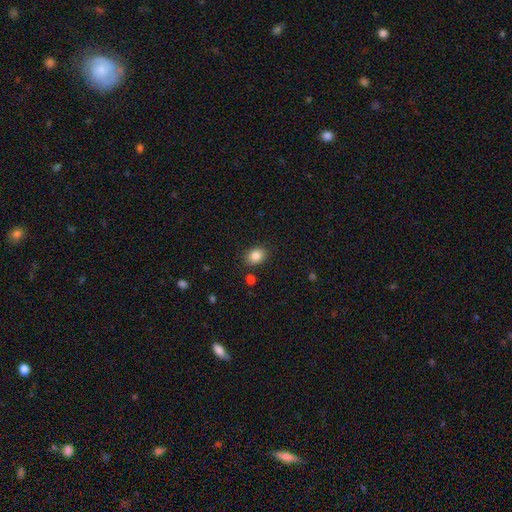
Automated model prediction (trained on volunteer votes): The model was most divided on "how rounded": in between: 63%, round: 36%, cigar-shaped: 1%. More confident: smooth or featured — smooth (86%); merging — none (84%).